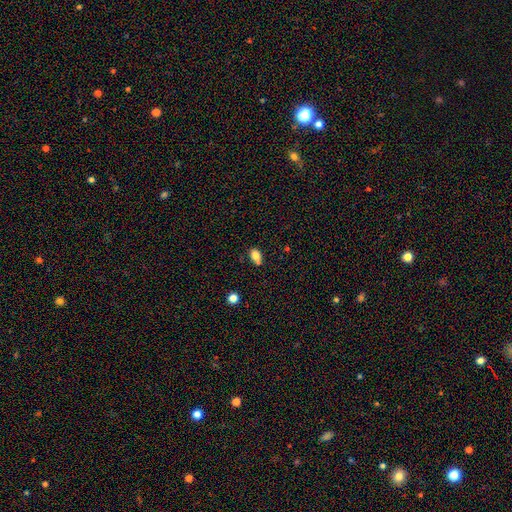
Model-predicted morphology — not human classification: Q: Smooth or featured?
A: smooth (80%); runner-up: star or artifact (10%)
Q: How rounded?
A: in between (84%); runner-up: round (13%)
Q: Merging?
A: none (60%); runner-up: minor disturbance (25%)